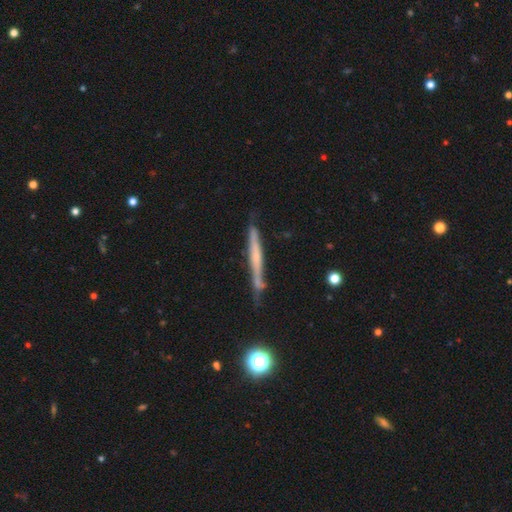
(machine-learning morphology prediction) type=featured or disk (56%); edge-on=yes (94%); edge-on bulge=none (59%); merging=none (70%).